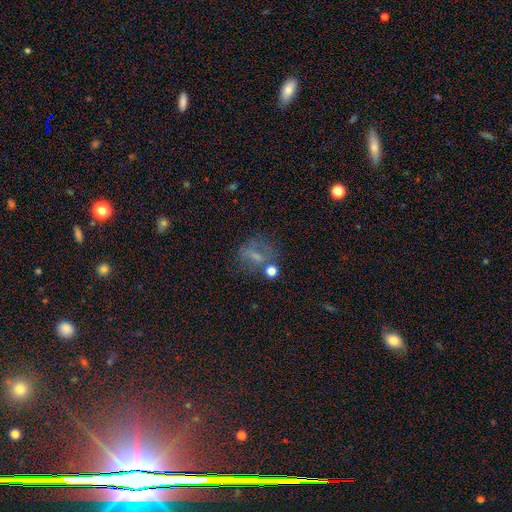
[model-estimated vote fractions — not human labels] Morphology: type=smooth (47%); merging=none (48%).